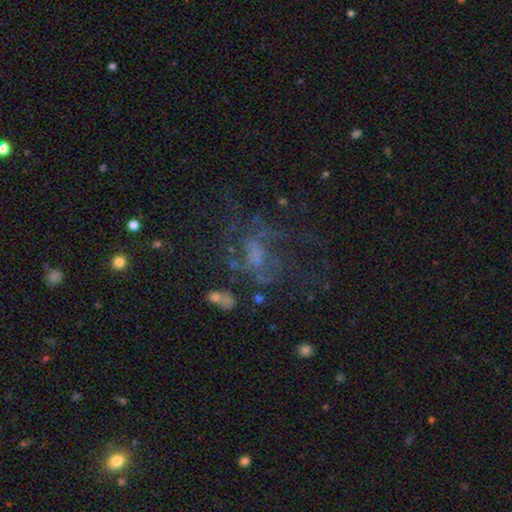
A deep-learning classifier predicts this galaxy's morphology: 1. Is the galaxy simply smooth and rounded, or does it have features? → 57% featured or disk, 24% star or artifact, 19% smooth.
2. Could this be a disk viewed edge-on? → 96% no, 4% yes.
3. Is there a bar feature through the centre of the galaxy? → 67% no, 27% weak, 6% strong.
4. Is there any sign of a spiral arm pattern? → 51% no, 49% yes.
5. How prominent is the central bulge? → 33% none, 30% small, 29% moderate, 6% large, 2% dominant.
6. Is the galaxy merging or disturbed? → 46% none, 34% major disturbance, 16% minor disturbance, 5% merger.